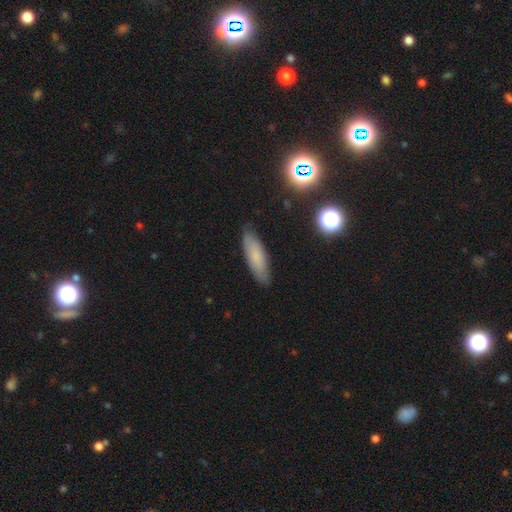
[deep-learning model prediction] Smooth or featured? Predicted: smooth (p=0.72). How rounded? Predicted: cigar-shaped (p=0.53). Merging? Predicted: none (p=0.84).